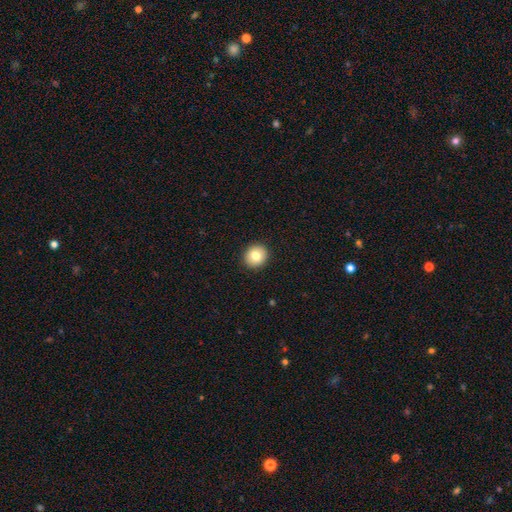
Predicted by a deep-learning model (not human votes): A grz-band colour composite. It shows a smooth galaxy with no disk features (80%) that is round (83%). Merging: none (92%).